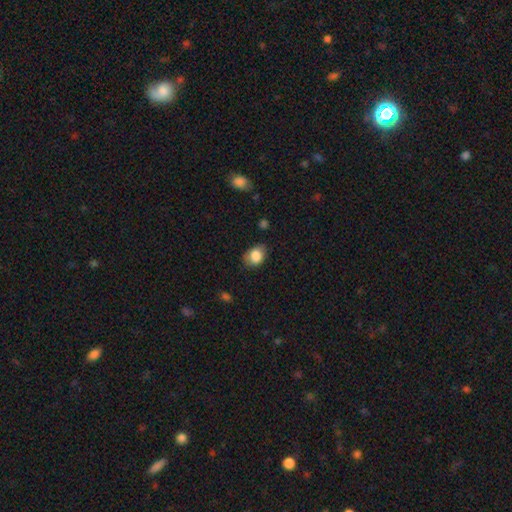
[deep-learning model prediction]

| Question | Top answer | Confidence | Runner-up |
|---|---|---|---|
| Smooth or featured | smooth | 85% | star or artifact (8%) |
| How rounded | in between | 62% | round (37%) |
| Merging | none | 71% | minor disturbance (23%) |